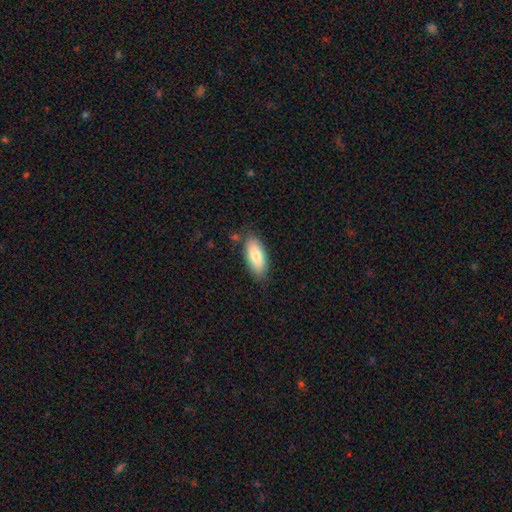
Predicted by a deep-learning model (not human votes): smooth 83%, featured or disk 11%, star or artifact 6%. Down the decision tree: how rounded — in between (83%); merging — none (81%).